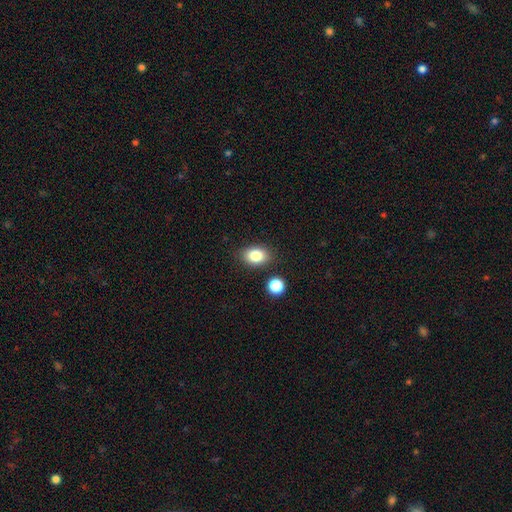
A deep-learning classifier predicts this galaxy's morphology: Smooth or featured: smooth — 83% (star or artifact — 9%)
How rounded: in between — 76% (round — 22%)
Merging: none — 83% (minor disturbance — 10%)